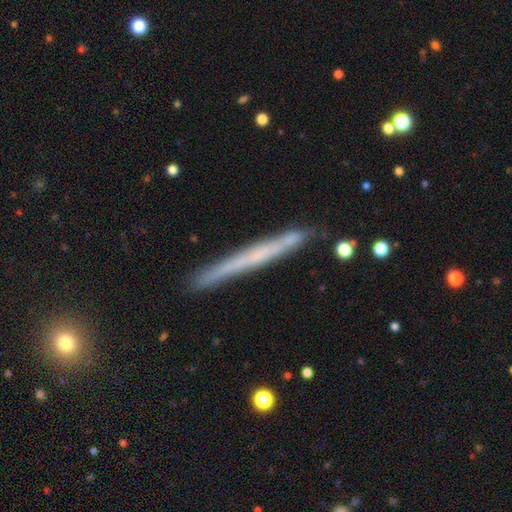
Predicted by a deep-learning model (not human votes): A featured or disk galaxy (53%) viewed edge-on (96%) with no central bulge (86%).

Vote fractions:
- Smooth or featured? featured or disk: 53% / smooth: 40% / star or artifact: 7%
- Edge-on disk? yes: 96% / no: 4%
- Edge-on bulge? none: 86% / rounded: 10% / boxy: 4%
- Merging? none: 87% / minor disturbance: 9% / merger: 2% / major disturbance: 2%